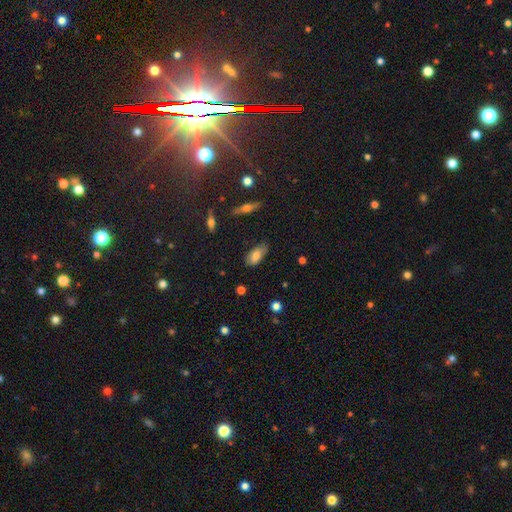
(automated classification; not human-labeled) Overall: smooth (74%). How rounded: in between (90%). Merging: none (63%; minor disturbance 29%).